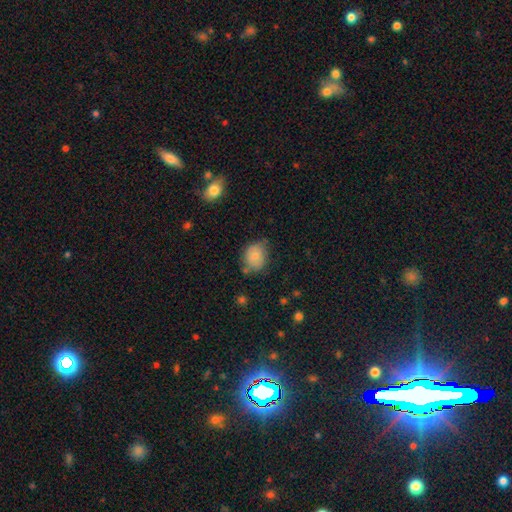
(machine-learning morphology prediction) smooth_or_featured: smooth (p=0.76) [alt: featured or disk p=0.15]
how_rounded: round (p=0.57) [alt: in between p=0.42]
merging: none (p=0.63) [alt: minor disturbance p=0.26]